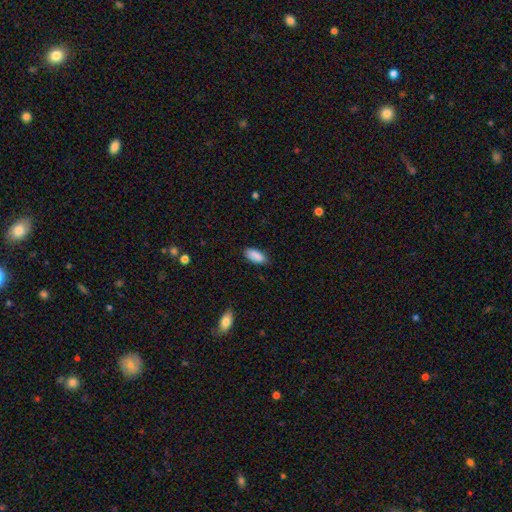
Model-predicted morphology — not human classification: smooth-or-featured: smooth: 89% | star or artifact: 7% | featured or disk: 4%
  how-rounded: in between: 85% | cigar-shaped: 13% | round: 2%
  merging: none: 81% | minor disturbance: 15% | major disturbance: 3% | merger: 1%